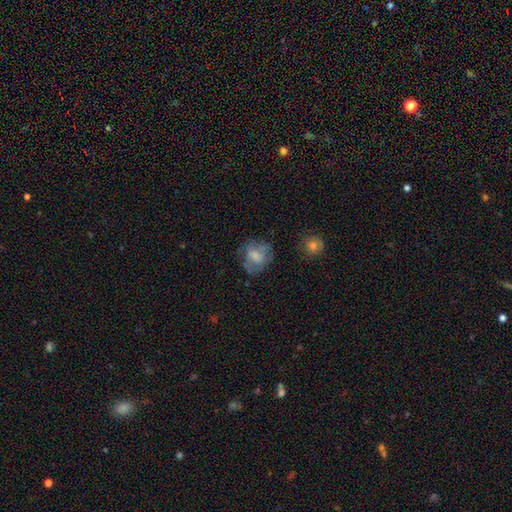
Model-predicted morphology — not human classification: This is possibly a smooth galaxy (47%). Merging: possibly none (54%).